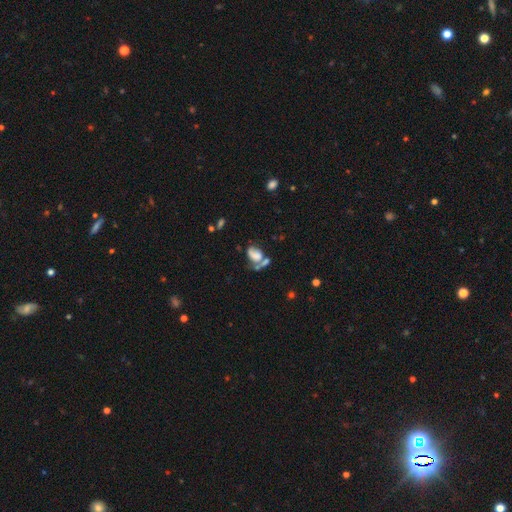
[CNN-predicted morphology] This is possibly a smooth galaxy (48%). Merging: marginally merger (39%).